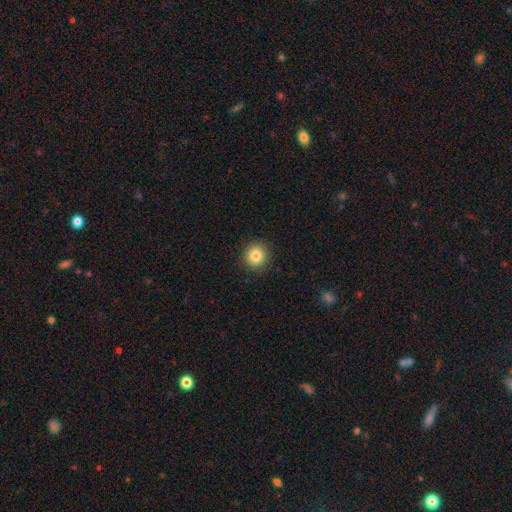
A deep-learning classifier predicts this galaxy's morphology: smooth_or_featured: smooth (p=0.84) [alt: star or artifact p=0.10]
how_rounded: round (p=0.91) [alt: in between p=0.08]
merging: none (p=0.91) [alt: minor disturbance p=0.06]